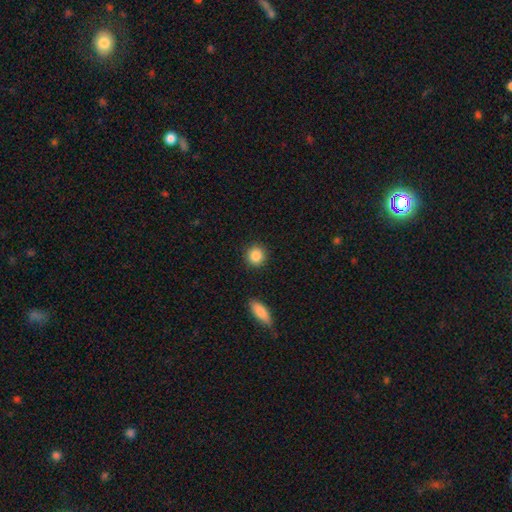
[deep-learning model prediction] smooth 88%, star or artifact 8%, featured or disk 4%. Down the decision tree: how rounded — round (90%); merging — none (90%).